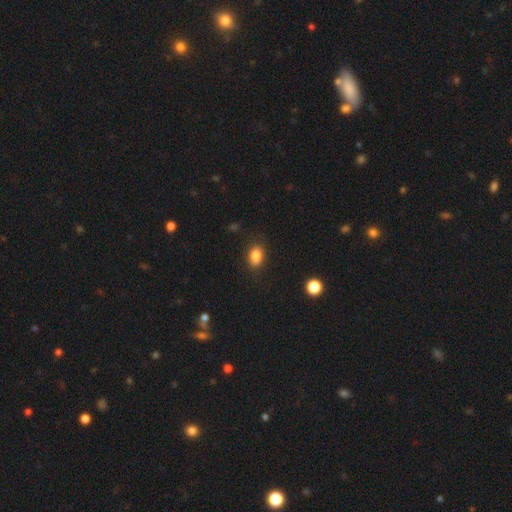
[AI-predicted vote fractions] The model was most divided on "how rounded": in between: 74%, round: 24%, cigar-shaped: 1%. More confident: smooth or featured — smooth (84%); merging — none (82%).